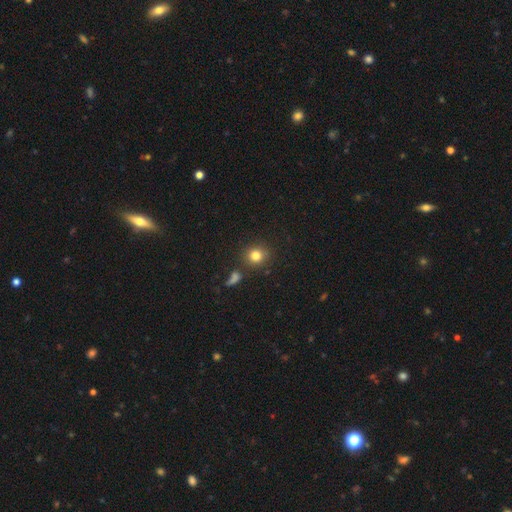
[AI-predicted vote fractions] A smooth galaxy with no disk features (81%) that is round (86%).

Vote fractions:
- Smooth or featured? smooth: 81% / star or artifact: 12% / featured or disk: 7%
- How rounded? round: 86% / in between: 13% / cigar-shaped: 1%
- Merging? none: 81% / minor disturbance: 9% / merger: 6% / major disturbance: 3%